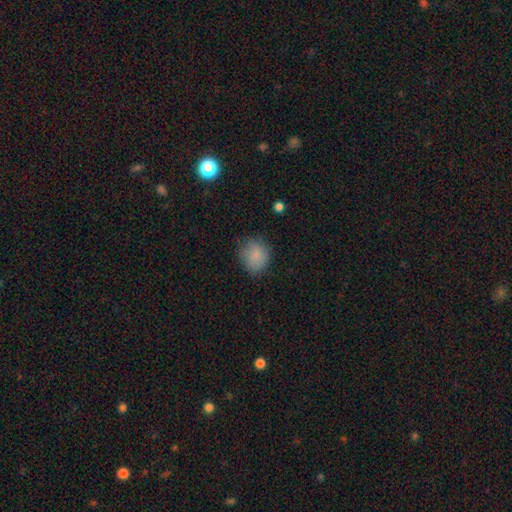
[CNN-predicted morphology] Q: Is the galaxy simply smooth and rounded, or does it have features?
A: smooth — 85%.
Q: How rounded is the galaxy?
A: round — 70%.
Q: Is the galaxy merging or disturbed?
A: none — 76%.